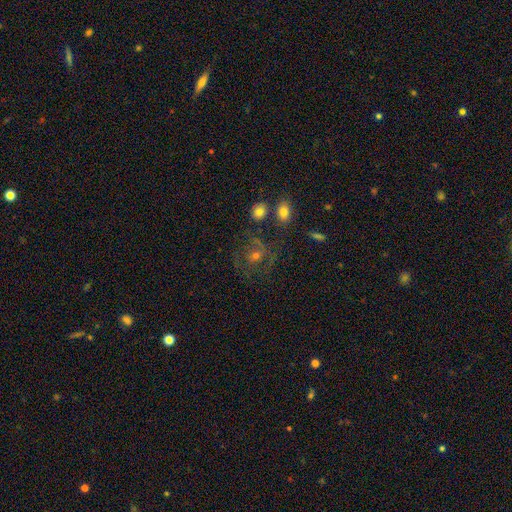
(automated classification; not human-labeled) Morphology: type=featured or disk (43%); merging=none (62%).